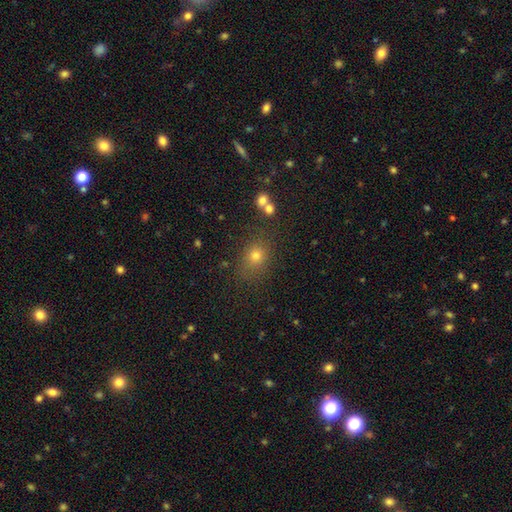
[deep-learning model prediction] smooth 70%, star or artifact 20%, featured or disk 9%. Down the decision tree: how rounded — round (57%); merging — none (77%).